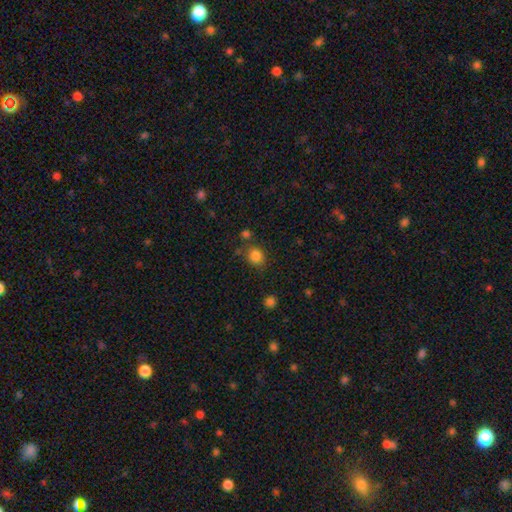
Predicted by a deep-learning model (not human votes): Overall: smooth (84%). How rounded: round (75%). Merging: none (76%).